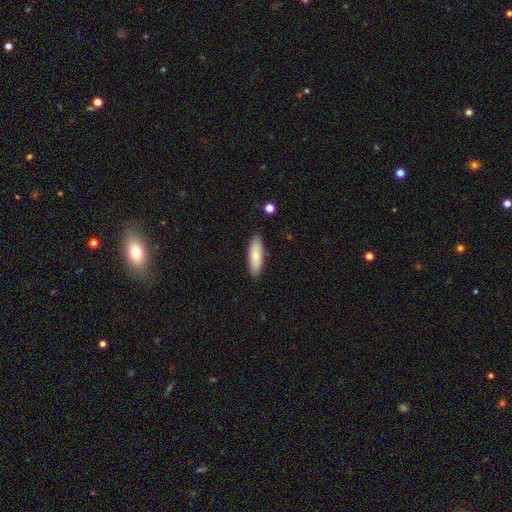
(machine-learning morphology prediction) Smooth or featured? smooth (81%)
How rounded? in between (54%)
Merging? none (88%)